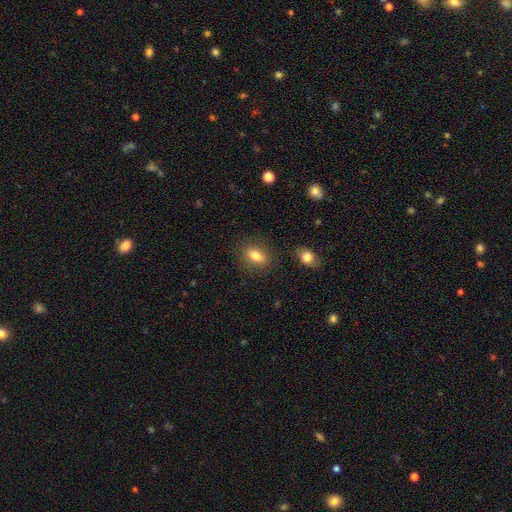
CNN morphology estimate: type=smooth (79%); roundness=in between (79%); merging=none (85%).